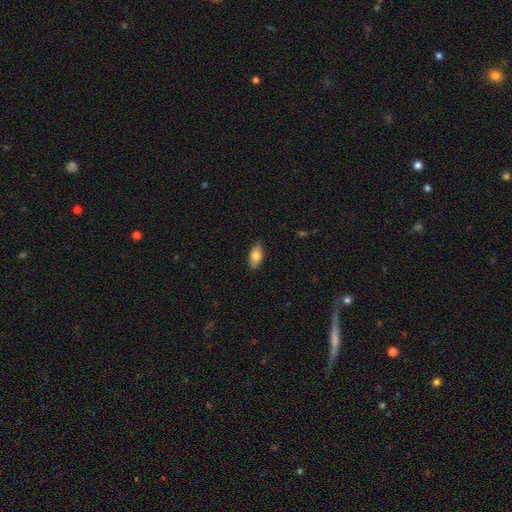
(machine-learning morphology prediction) This is likely a smooth galaxy (76%). How rounded: clearly in between (87%). Merging: clearly none (87%).